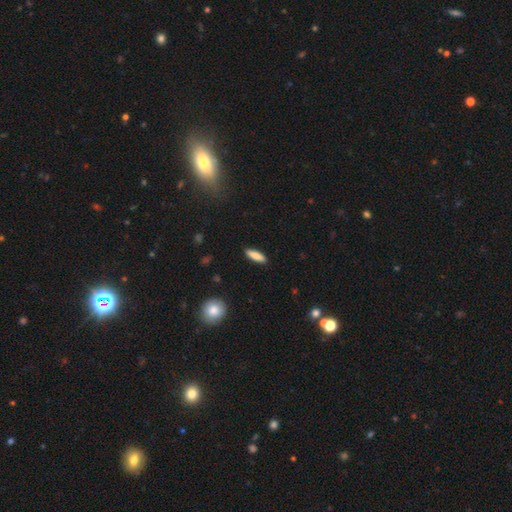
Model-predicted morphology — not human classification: This appears to be a smooth galaxy with no disk features (84%) that is cigar-shaped (60%). Merging: none (90%).